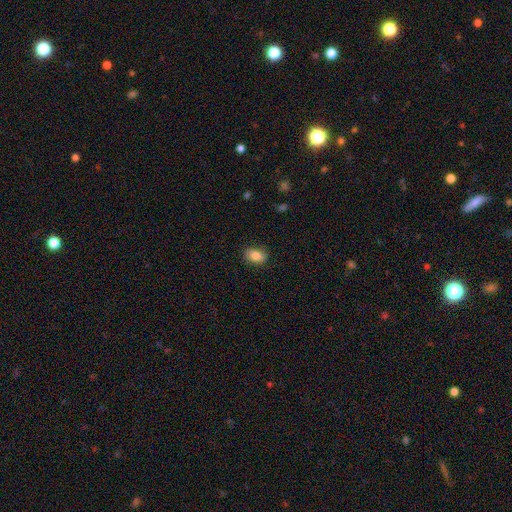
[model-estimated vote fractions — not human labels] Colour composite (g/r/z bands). It shows a smooth galaxy with no disk features (85%) that is in between round and cigar-shaped (80%). Merging: none (86%).